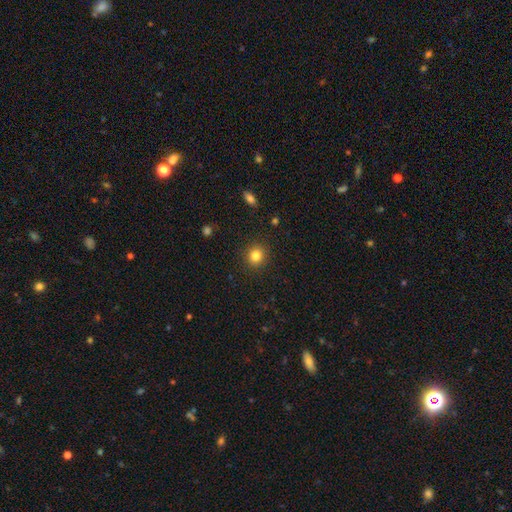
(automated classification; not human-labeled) Smooth or featured? Predicted: smooth (p=0.84). How rounded? Predicted: round (p=0.86). Merging? Predicted: none (p=0.90).